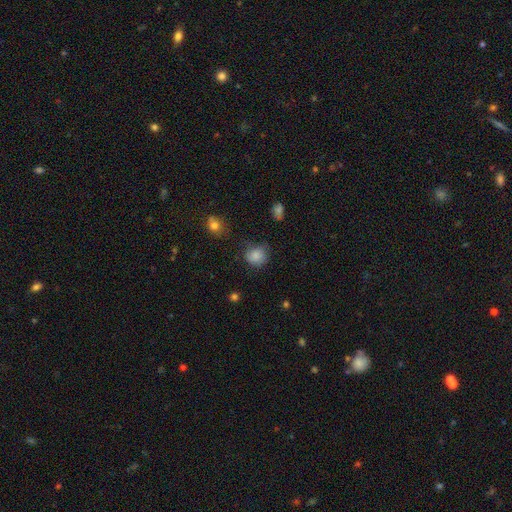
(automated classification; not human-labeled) A smooth galaxy with no disk features (83%) that is round (83%).

Vote fractions:
- Smooth or featured? smooth: 83% / star or artifact: 10% / featured or disk: 7%
- How rounded? round: 83% / in between: 16% / cigar-shaped: 1%
- Merging? none: 68% / minor disturbance: 23% / major disturbance: 7% / merger: 2%